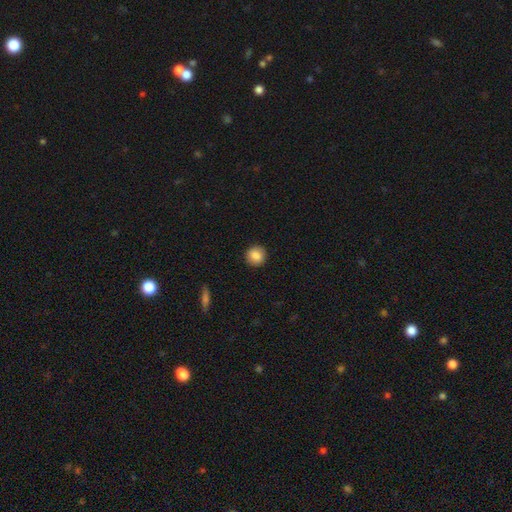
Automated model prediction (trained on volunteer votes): Smooth or featured? Predicted: smooth (p=0.86). How rounded? Predicted: round (p=0.92). Merging? Predicted: none (p=0.91).